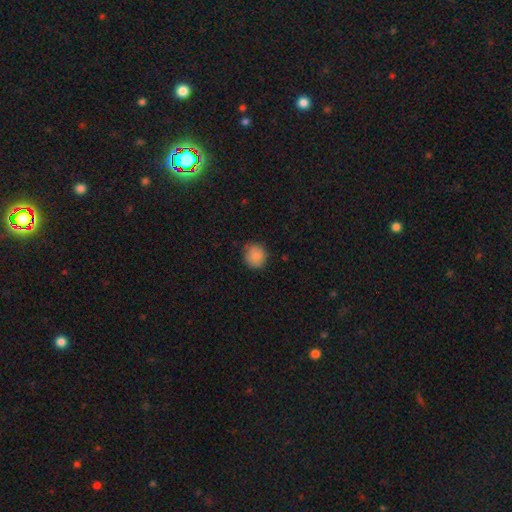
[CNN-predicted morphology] Q: Smooth or featured?
A: smooth (86%); runner-up: star or artifact (9%)
Q: How rounded?
A: round (86%); runner-up: in between (13%)
Q: Merging?
A: none (79%); runner-up: minor disturbance (17%)